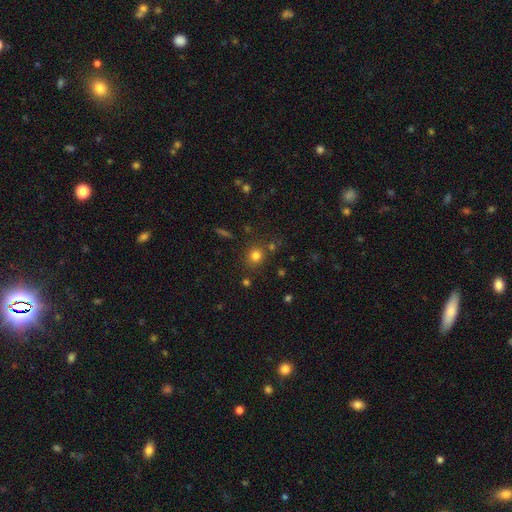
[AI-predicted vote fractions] A smooth galaxy with no disk features (77%) that is round (88%). Merging: none (79%).